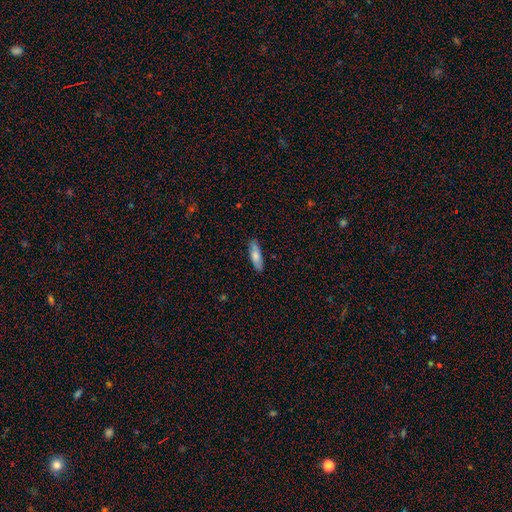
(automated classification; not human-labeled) Smooth or featured? smooth (73%)
How rounded? cigar-shaped (52%)
Merging? none (87%)